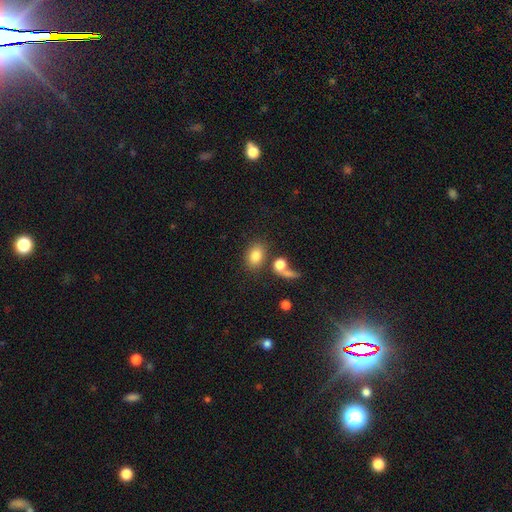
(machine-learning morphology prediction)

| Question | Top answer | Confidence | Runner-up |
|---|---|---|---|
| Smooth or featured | smooth | 81% | star or artifact (10%) |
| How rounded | in between | 69% | round (29%) |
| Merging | none | 67% | merger (16%) |